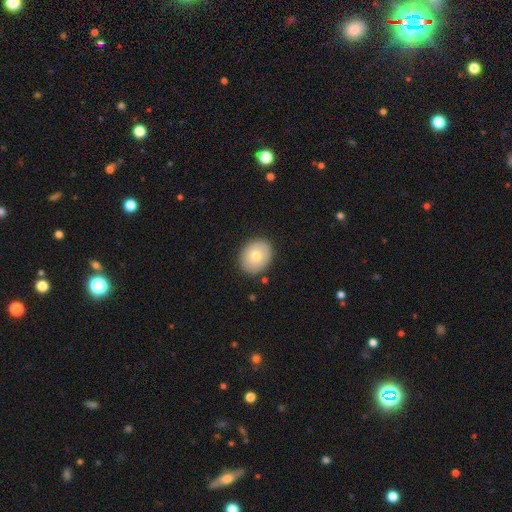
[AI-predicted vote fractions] smooth-or-featured: smooth: 74% | featured or disk: 18% | star or artifact: 8%
  how-rounded: round: 55% | in between: 44% | cigar-shaped: 1%
  merging: none: 88% | minor disturbance: 9% | major disturbance: 2% | merger: 1%